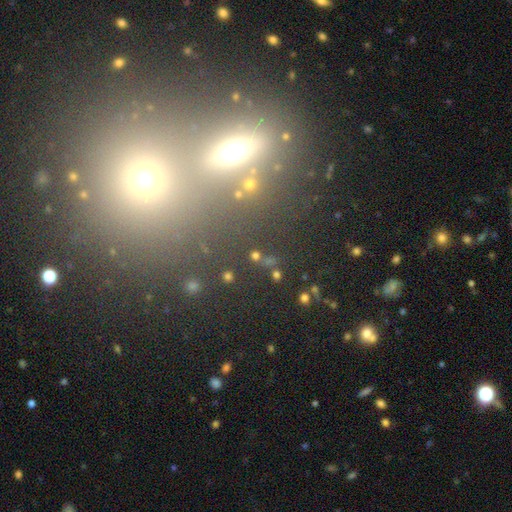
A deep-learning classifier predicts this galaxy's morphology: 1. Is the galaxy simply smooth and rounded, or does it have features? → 59% smooth, 31% star or artifact, 10% featured or disk.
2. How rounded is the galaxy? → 77% round, 19% in between, 4% cigar-shaped.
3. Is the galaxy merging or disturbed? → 70% none, 13% merger, 11% minor disturbance, 6% major disturbance.